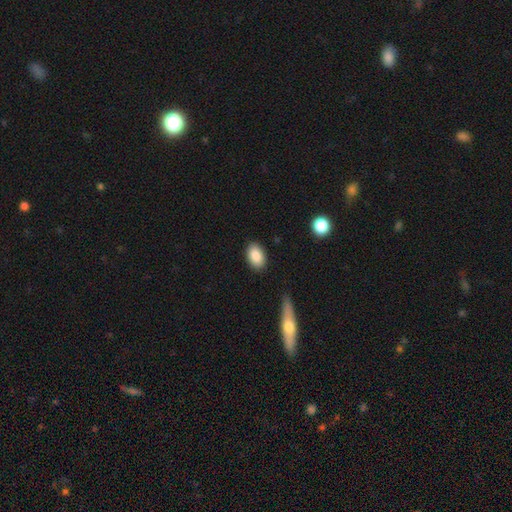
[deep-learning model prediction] smooth_or_featured: smooth (p=0.87) [alt: star or artifact p=0.07]
how_rounded: in between (p=0.89) [alt: round p=0.10]
merging: none (p=0.87) [alt: minor disturbance p=0.09]